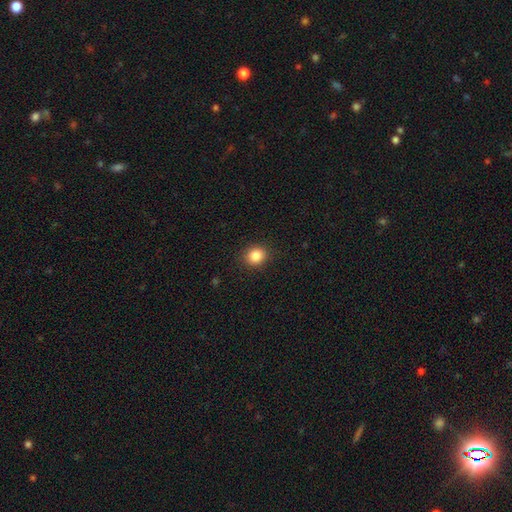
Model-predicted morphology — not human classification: The model was most divided on "how rounded": round: 76%, in between: 23%, cigar-shaped: 1%. More confident: merging — none (90%); smooth or featured — smooth (85%).